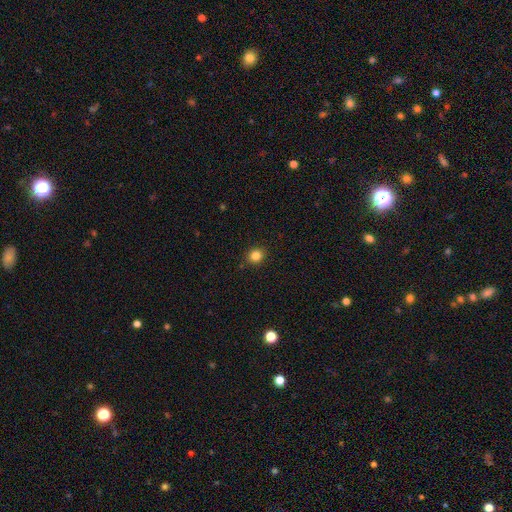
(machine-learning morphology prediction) Smooth or featured? Predicted: smooth (p=0.84). How rounded? Predicted: round (p=0.80). Merging? Predicted: none (p=0.90).